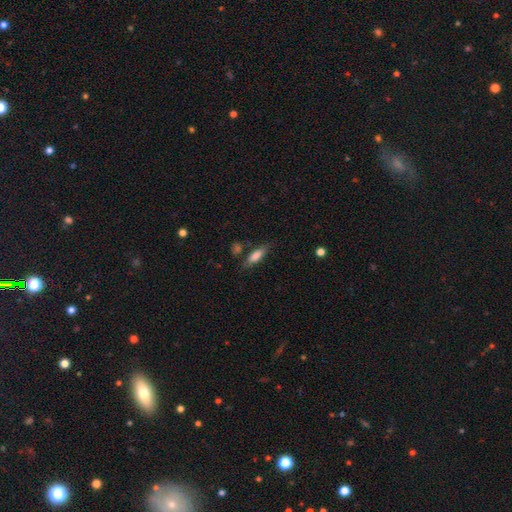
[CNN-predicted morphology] Smooth or featured?
  - smooth: 78% *
  - featured or disk: 14%
  - star or artifact: 7%
How rounded?
  - in between: 55% *
  - cigar-shaped: 43%
  - round: 2%
Merging?
  - none: 73% *
  - minor disturbance: 16%
  - merger: 7%
  - major disturbance: 4%